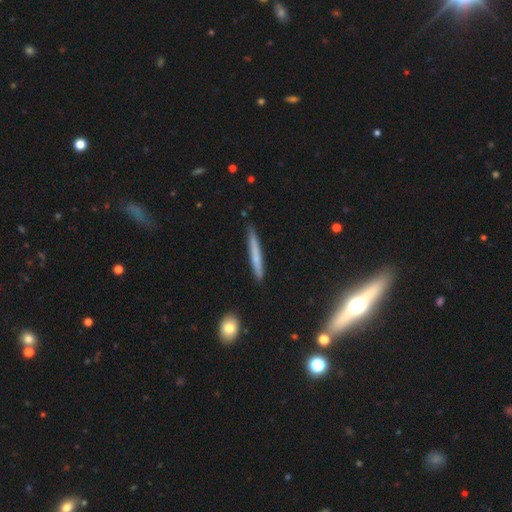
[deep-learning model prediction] Overall: smooth (56%; featured or disk 37%). How rounded: cigar-shaped (96%). Merging: none (87%).